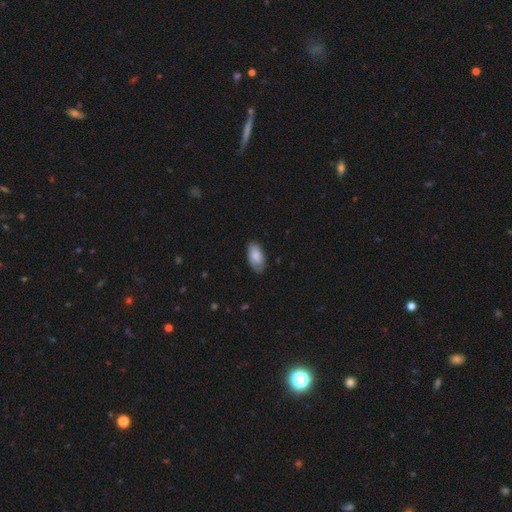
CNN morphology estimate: smooth-or-featured: smooth: 81% | featured or disk: 13% | star or artifact: 6%
  how-rounded: in between: 94% | cigar-shaped: 3% | round: 3%
  merging: none: 78% | minor disturbance: 18% | major disturbance: 3% | merger: 1%